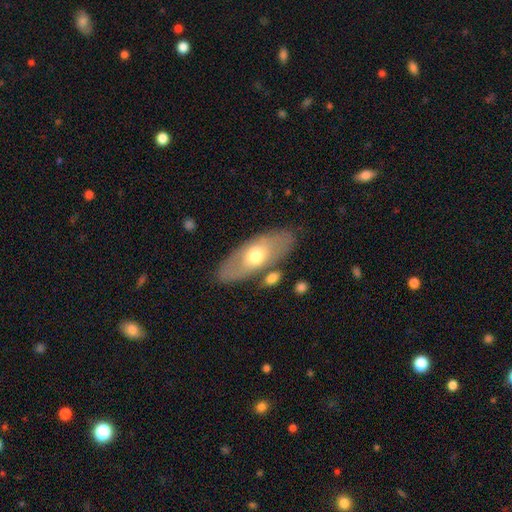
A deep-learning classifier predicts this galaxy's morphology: A smooth galaxy with no disk features (53%) that is in between round and cigar-shaped (82%).

Vote fractions:
- Smooth or featured? smooth: 53% / featured or disk: 41% / star or artifact: 6%
- How rounded? in between: 82% / cigar-shaped: 14% / round: 4%
- Merging? none: 76% / minor disturbance: 13% / merger: 7% / major disturbance: 4%